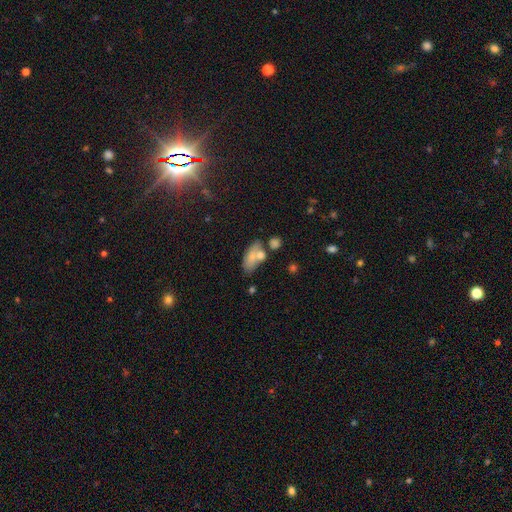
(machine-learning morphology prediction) type=smooth (70%); roundness=in between (86%); merging=none (45%).